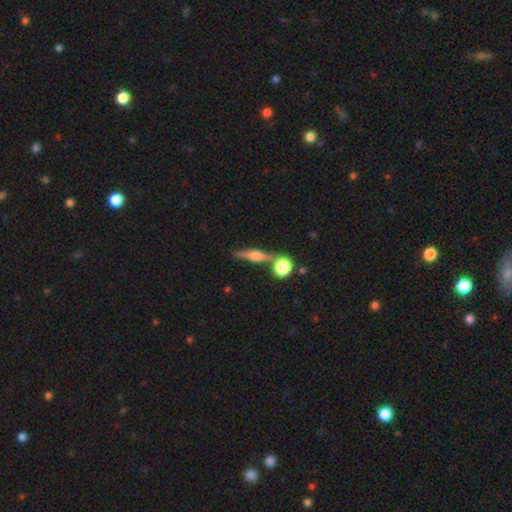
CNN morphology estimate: Smooth or featured: featured or disk — 57% (smooth — 32%)
Edge-on disk: yes — 93% (no — 7%)
Edge-on bulge: rounded — 83% (boxy — 12%)
Merging: none — 71% (merger — 13%)